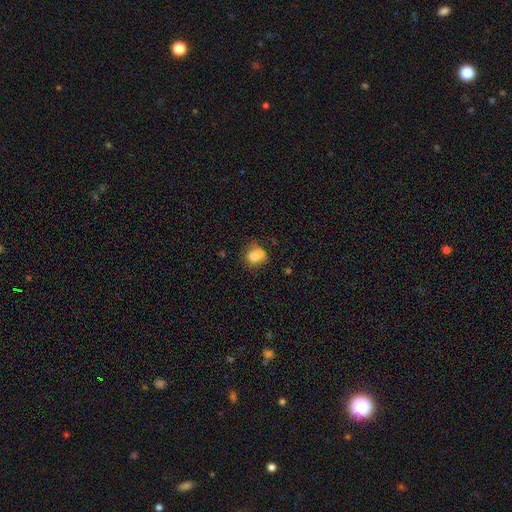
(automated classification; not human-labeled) Morphology: type=smooth (70%); roundness=round (67%); merging=merger (55%).